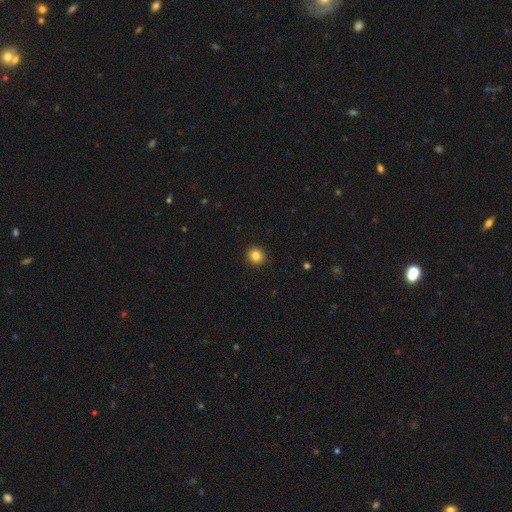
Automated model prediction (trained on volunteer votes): Q: Smooth or featured?
A: smooth (84%); runner-up: star or artifact (11%)
Q: How rounded?
A: round (90%); runner-up: in between (9%)
Q: Merging?
A: none (92%); runner-up: minor disturbance (5%)